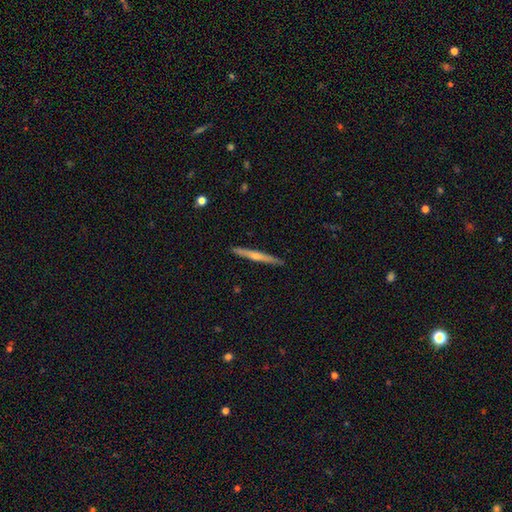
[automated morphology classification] featured or disk 71%, smooth 23%, star or artifact 6%. Down the decision tree: edge-on disk — yes (98%); edge-on bulge — rounded (76%); merging — none (91%).